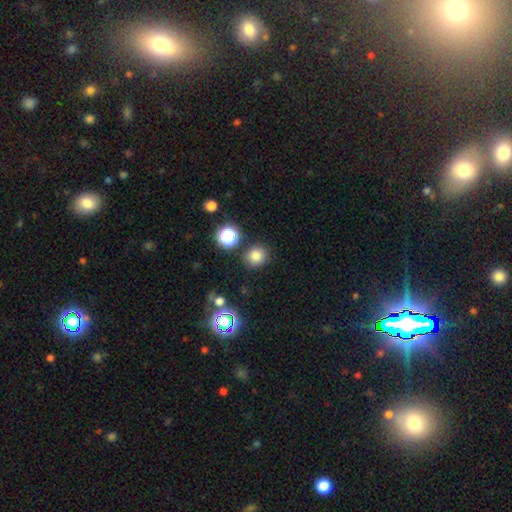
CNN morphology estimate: Smooth or featured? Predicted: smooth (p=0.79). How rounded? Predicted: round (p=0.87). Merging? Predicted: none (p=0.86).